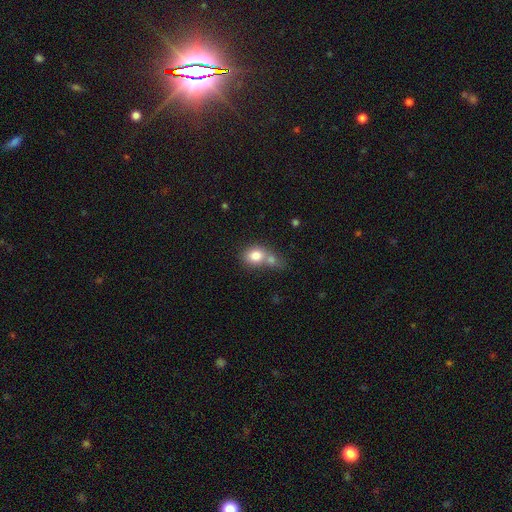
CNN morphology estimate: Smooth or featured? smooth (79%)
How rounded? round (56%)
Merging? merger (56%)